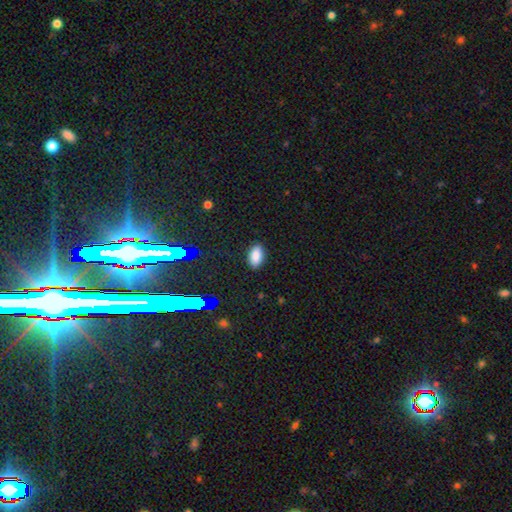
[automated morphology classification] Smooth or featured? smooth (84%)
How rounded? in between (93%)
Merging? none (87%)